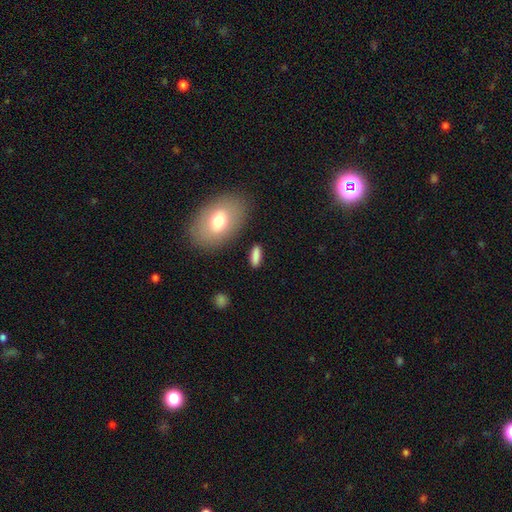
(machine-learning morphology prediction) type=smooth (83%); roundness=in between (58%); merging=none (83%).